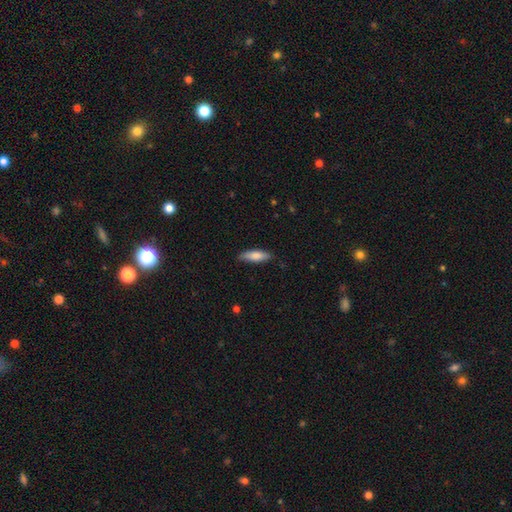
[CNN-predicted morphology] This appears to be a smooth galaxy with no disk features (80%) that is cigar-shaped (52%). Merging: none (81%).